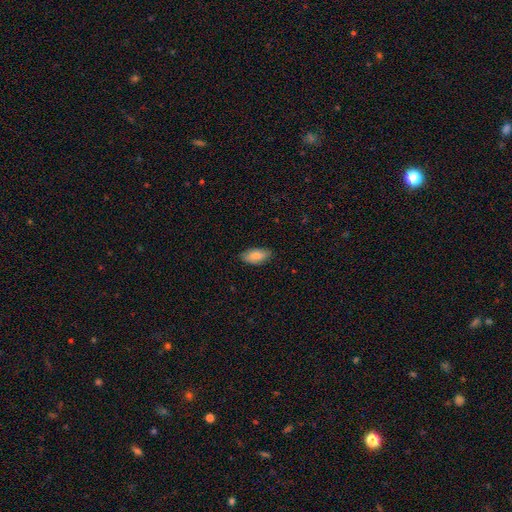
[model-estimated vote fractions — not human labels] Overall: smooth (87%). How rounded: in between (91%). Merging: none (83%).